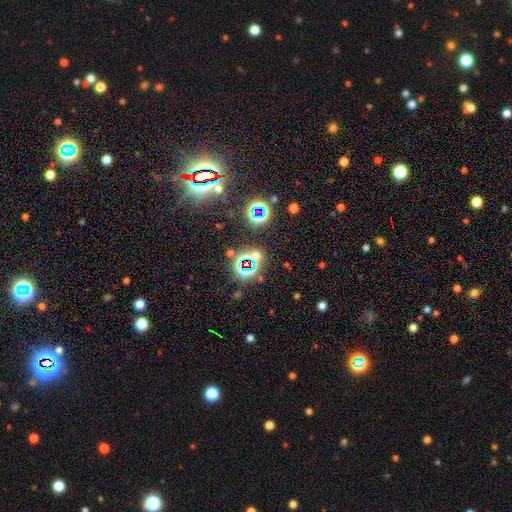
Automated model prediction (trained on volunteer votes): smooth_or_featured: star or artifact (p=0.65) [alt: smooth p=0.26]